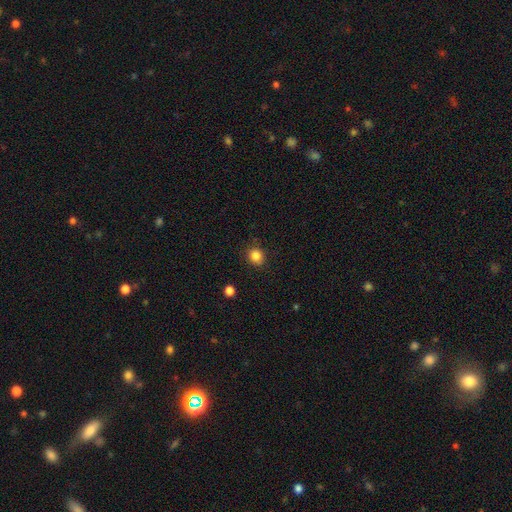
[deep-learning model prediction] smooth-or-featured: smooth: 84% | star or artifact: 12% | featured or disk: 5%
  how-rounded: round: 85% | in between: 14% | cigar-shaped: 1%
  merging: none: 88% | minor disturbance: 9% | major disturbance: 2% | merger: 1%